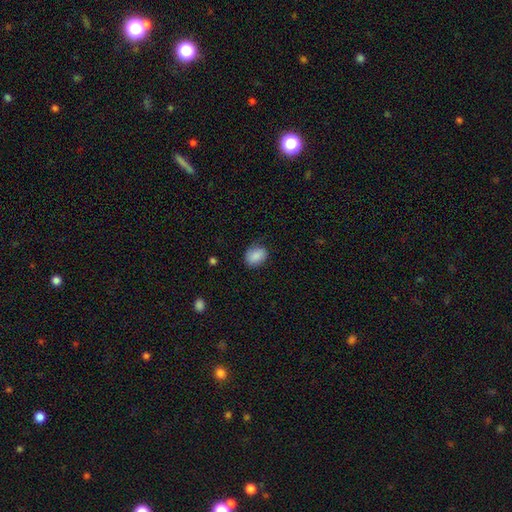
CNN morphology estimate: Smooth or featured: smooth — 85% (star or artifact — 8%)
How rounded: in between — 60% (round — 39%)
Merging: none — 71% (minor disturbance — 22%)